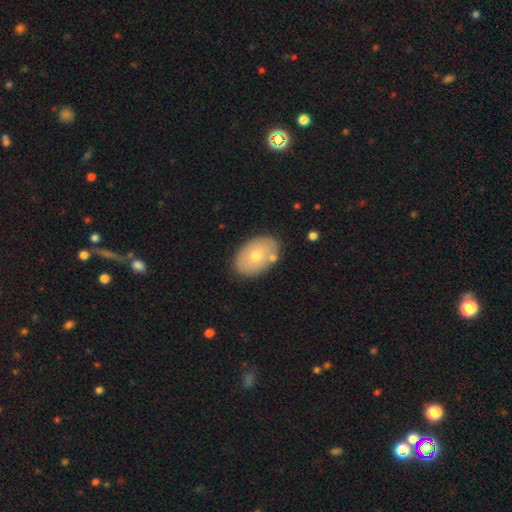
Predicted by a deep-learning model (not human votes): smooth-or-featured: smooth: 66% | featured or disk: 27% | star or artifact: 7%
  how-rounded: in between: 87% | round: 12% | cigar-shaped: 1%
  merging: none: 81% | minor disturbance: 11% | merger: 6% | major disturbance: 3%